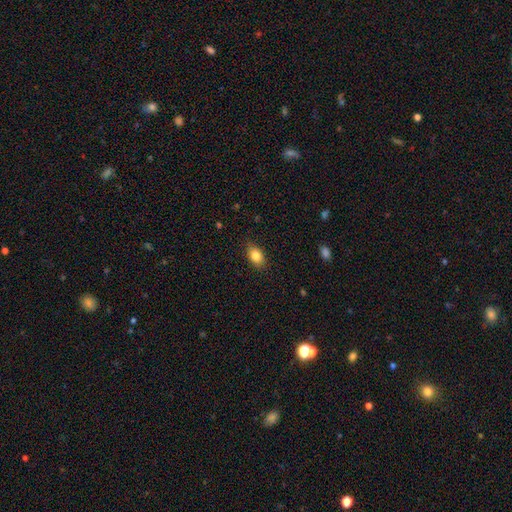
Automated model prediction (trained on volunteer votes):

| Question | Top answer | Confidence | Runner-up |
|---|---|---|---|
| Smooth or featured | smooth | 85% | star or artifact (8%) |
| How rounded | in between | 85% | round (13%) |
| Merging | none | 85% | minor disturbance (11%) |